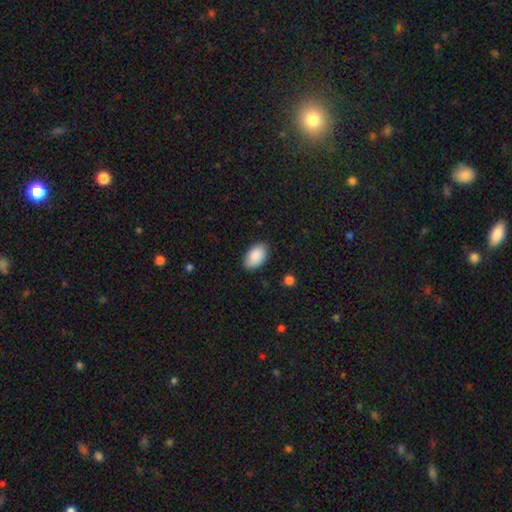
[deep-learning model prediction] This appears to be a smooth galaxy with no disk features (89%) that is in between round and cigar-shaped (94%). Merging: none (86%).